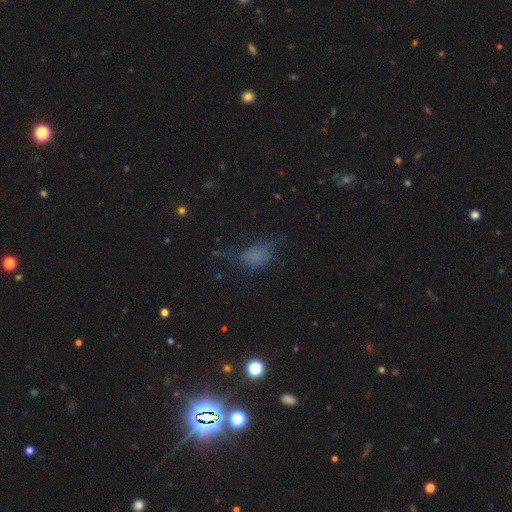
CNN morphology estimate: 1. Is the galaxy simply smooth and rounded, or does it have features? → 63% smooth, 21% star or artifact, 17% featured or disk.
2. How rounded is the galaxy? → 80% in between, 15% round, 5% cigar-shaped.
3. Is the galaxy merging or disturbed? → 39% none, 29% minor disturbance, 29% major disturbance, 3% merger.